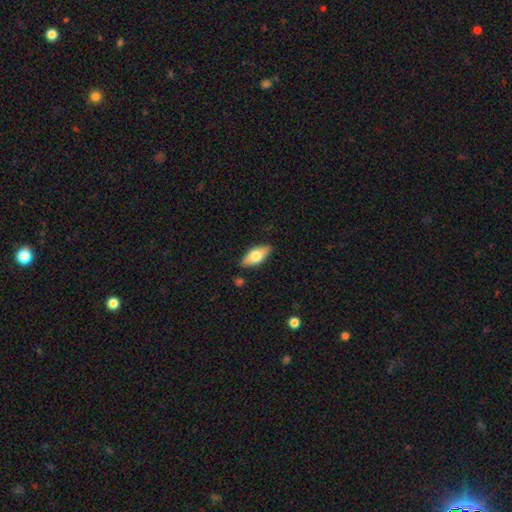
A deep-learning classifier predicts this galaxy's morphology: Q: Smooth or featured?
A: smooth (68%); runner-up: featured or disk (26%)
Q: How rounded?
A: in between (85%); runner-up: cigar-shaped (12%)
Q: Merging?
A: none (85%); runner-up: minor disturbance (11%)